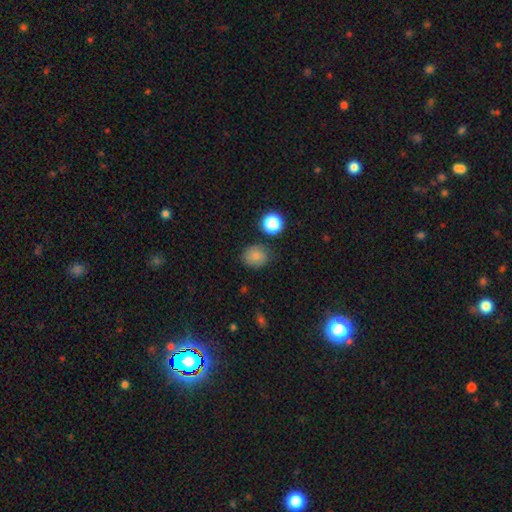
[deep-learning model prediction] Smooth or featured? smooth (80%)
How rounded? round (64%)
Merging? none (77%)